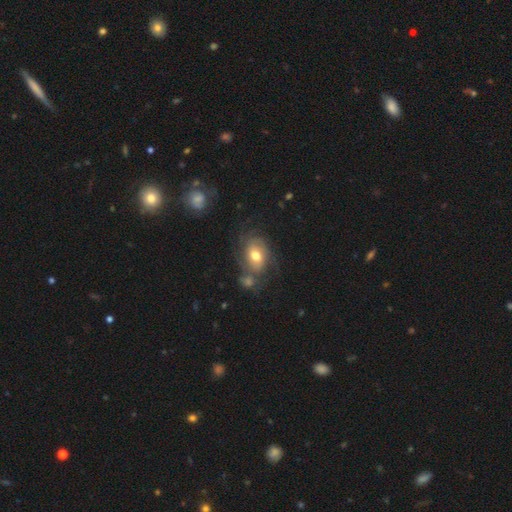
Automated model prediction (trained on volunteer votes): Q: Smooth or featured?
A: featured or disk (52%); runner-up: smooth (39%)
Q: Edge-on disk?
A: no (95%); runner-up: yes (5%)
Q: Merging?
A: none (52%); runner-up: minor disturbance (20%)